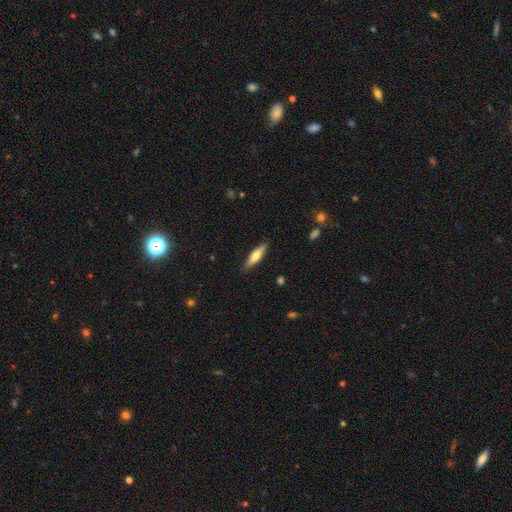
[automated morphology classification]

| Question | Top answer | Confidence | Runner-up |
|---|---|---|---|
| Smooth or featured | smooth | 61% | featured or disk (34%) |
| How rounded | cigar-shaped | 74% | in between (24%) |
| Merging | none | 88% | minor disturbance (9%) |